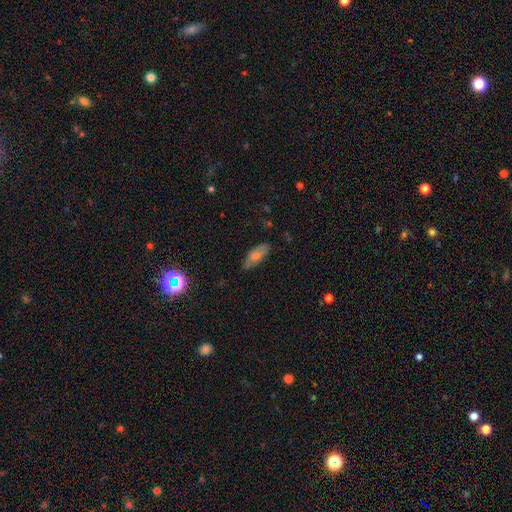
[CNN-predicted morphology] type=smooth (56%); roundness=in between (78%); merging=none (80%).